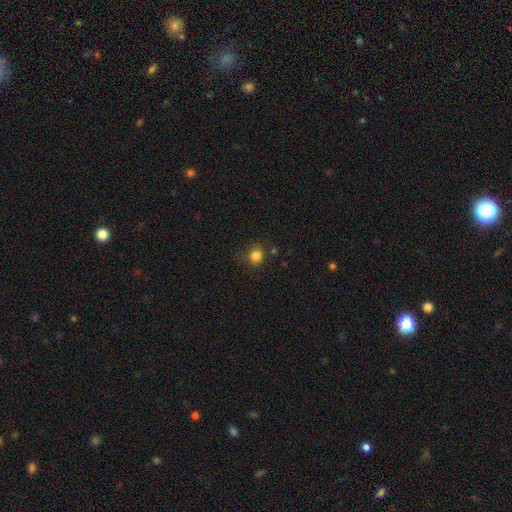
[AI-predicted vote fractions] A smooth galaxy with no disk features (83%) that is round (84%). Merging: none (77%).